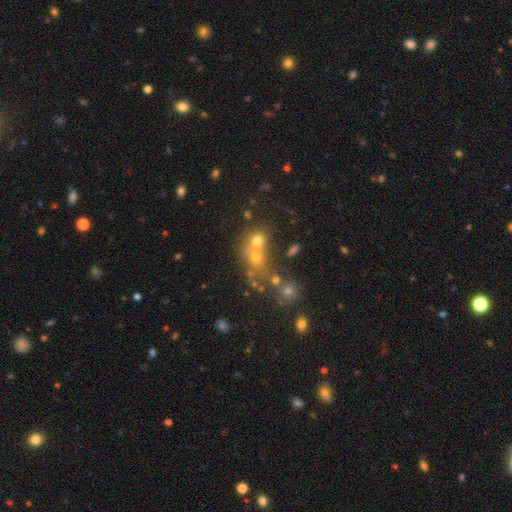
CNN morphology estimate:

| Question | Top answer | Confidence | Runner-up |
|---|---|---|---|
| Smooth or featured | smooth | 50% | star or artifact (29%) |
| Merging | merger | 52% | none (35%) |